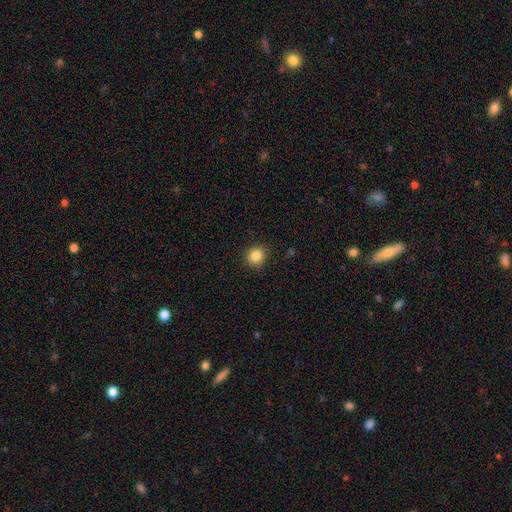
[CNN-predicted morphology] Overall: smooth (85%). How rounded: round (85%). Merging: none (88%).